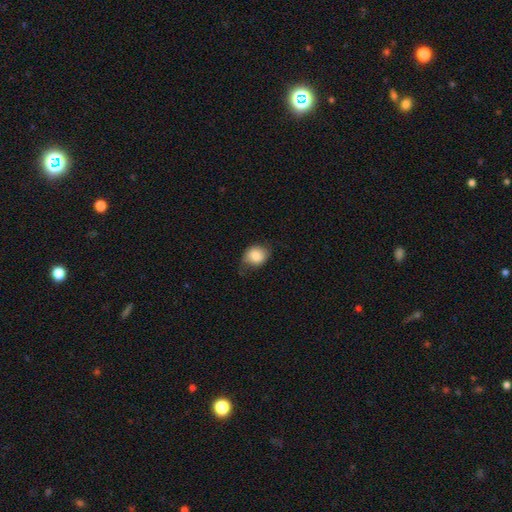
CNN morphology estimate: Smooth or featured? Predicted: smooth (p=0.81). How rounded? Predicted: round (p=0.54). Merging? Predicted: none (p=0.61).